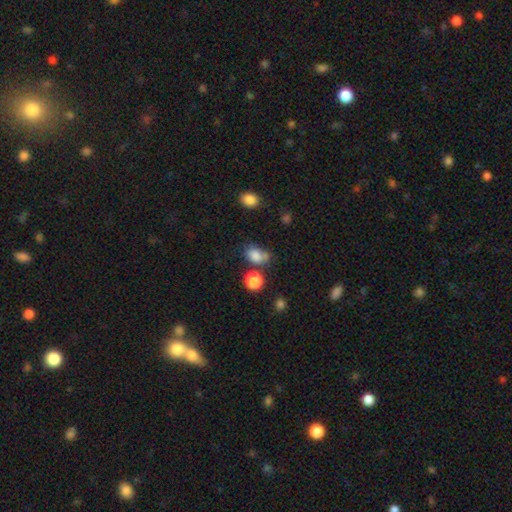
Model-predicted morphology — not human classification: Smooth or featured?
  - smooth: 81% *
  - star or artifact: 12%
  - featured or disk: 7%
How rounded?
  - in between: 67% *
  - round: 31%
  - cigar-shaped: 1%
Merging?
  - none: 48% *
  - minor disturbance: 23%
  - merger: 19%
  - major disturbance: 10%